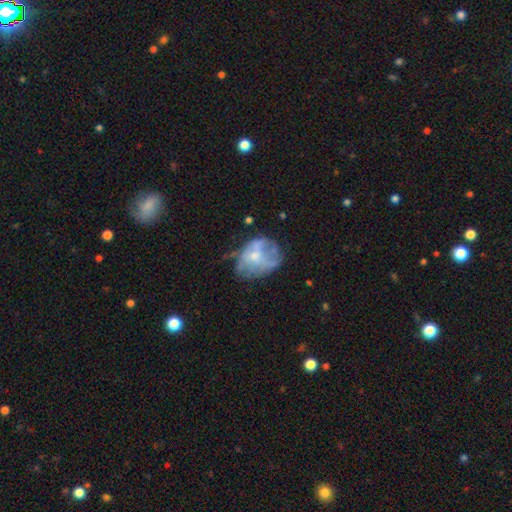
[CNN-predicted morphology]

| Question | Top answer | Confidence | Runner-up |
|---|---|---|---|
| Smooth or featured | featured or disk | 56% | smooth (34%) |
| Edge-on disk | no | 97% | yes (3%) |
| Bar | no | 81% | weak (16%) |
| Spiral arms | no | 66% | yes (34%) |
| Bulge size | small | 49% | moderate (38%) |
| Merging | none | 45% | minor disturbance (27%) |